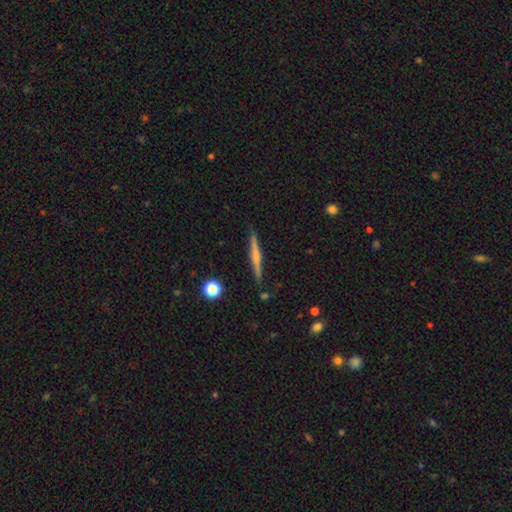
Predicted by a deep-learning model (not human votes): Smooth or featured? Predicted: featured or disk (p=0.59). Edge-on disk? Predicted: yes (p=0.98). Edge-on bulge? Predicted: rounded (p=0.60). Merging? Predicted: none (p=0.88).